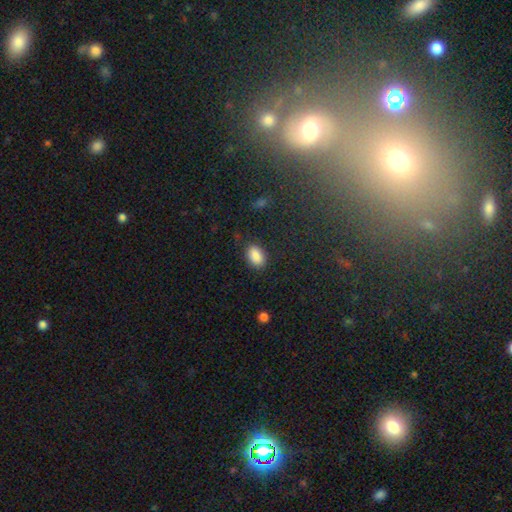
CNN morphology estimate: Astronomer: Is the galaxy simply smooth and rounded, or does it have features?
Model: smooth — 88%.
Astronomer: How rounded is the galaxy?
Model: in between — 91%.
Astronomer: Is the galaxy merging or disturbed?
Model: none — 84%.